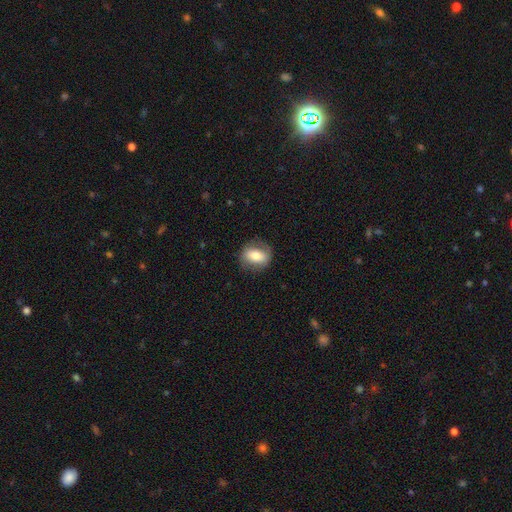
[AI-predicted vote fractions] Smooth or featured? smooth (64%)
How rounded? in between (62%)
Merging? none (78%)